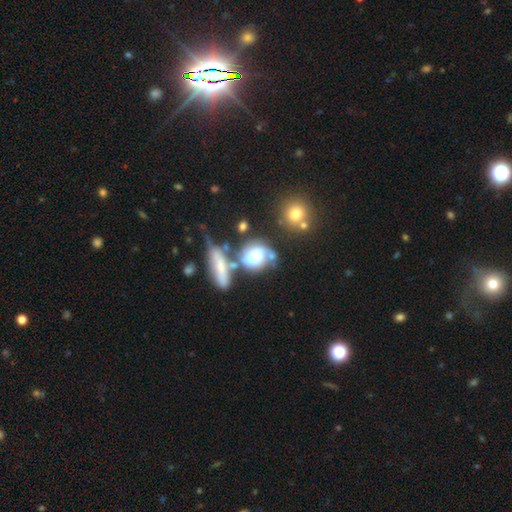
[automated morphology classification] The model was most divided on "merging": merger: 39%, none: 30%, minor disturbance: 17%, major disturbance: 14%. More confident: how rounded — round (54%); smooth or featured — smooth (52%).